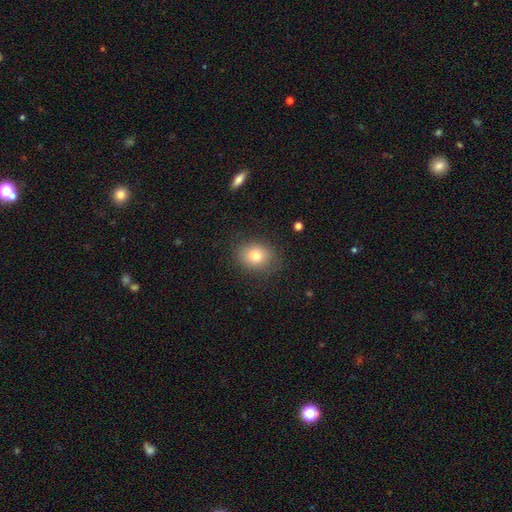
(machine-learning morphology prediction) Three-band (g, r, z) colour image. It shows a smooth galaxy with no disk features (79%) that is round (52%). Merging: none (83%).